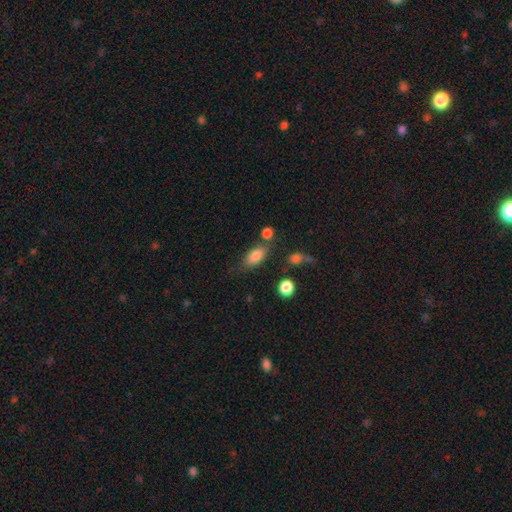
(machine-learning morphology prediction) Smooth or featured: smooth — 83% (featured or disk — 10%)
How rounded: in between — 86% (round — 7%)
Merging: none — 62% (minor disturbance — 19%)